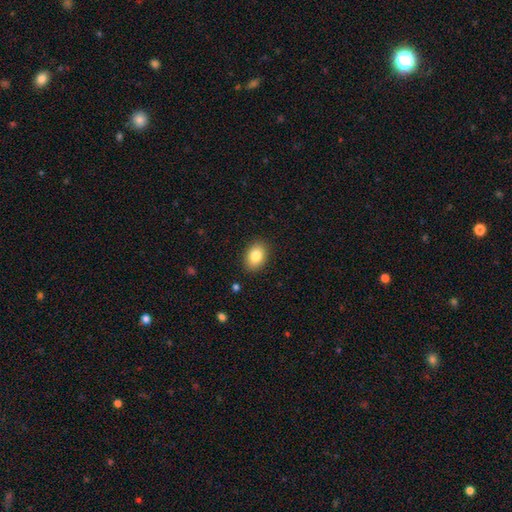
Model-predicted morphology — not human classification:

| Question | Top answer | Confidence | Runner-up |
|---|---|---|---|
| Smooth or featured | smooth | 84% | featured or disk (9%) |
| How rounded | in between | 76% | round (23%) |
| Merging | none | 88% | minor disturbance (8%) |